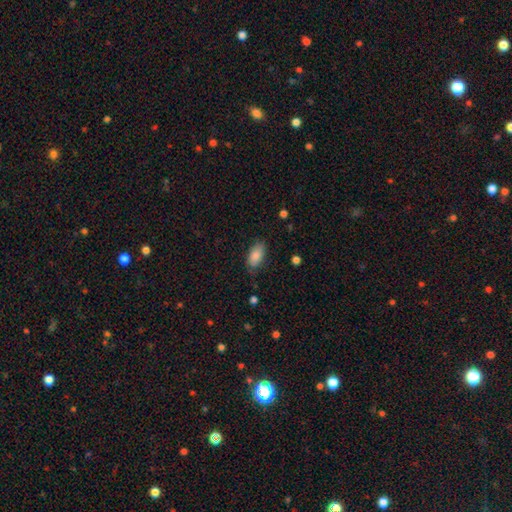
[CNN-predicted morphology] smooth 86%, featured or disk 7%, star or artifact 7%. Down the decision tree: how rounded — in between (92%); merging — none (77%).